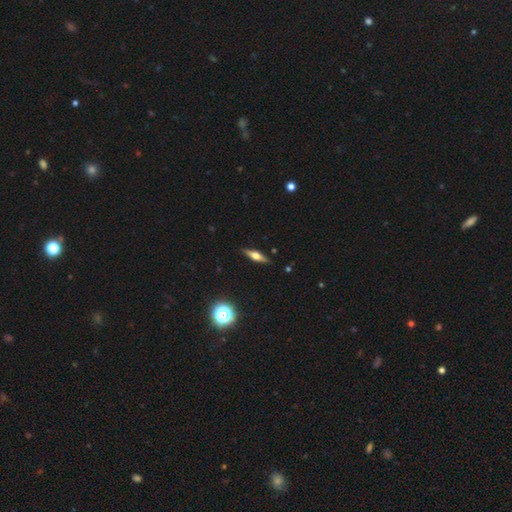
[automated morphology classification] type=featured or disk (61%); edge-on=yes (95%); edge-on bulge=rounded (92%); merging=none (89%).